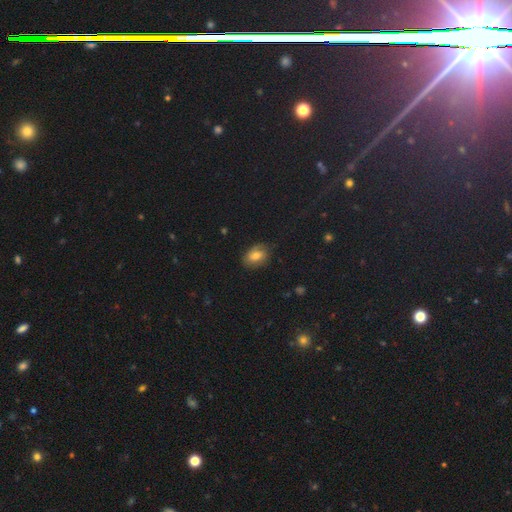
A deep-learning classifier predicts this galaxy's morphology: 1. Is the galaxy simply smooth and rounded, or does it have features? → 59% smooth, 29% featured or disk, 12% star or artifact.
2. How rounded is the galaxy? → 81% in between, 17% round, 2% cigar-shaped.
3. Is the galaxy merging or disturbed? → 73% none, 20% minor disturbance, 6% major disturbance, 1% merger.